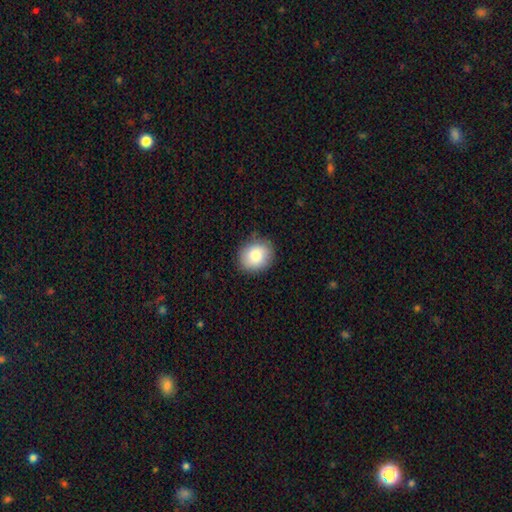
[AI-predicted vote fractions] This is clearly a smooth galaxy (84%). How rounded: likely round (66%). Merging: clearly none (86%).